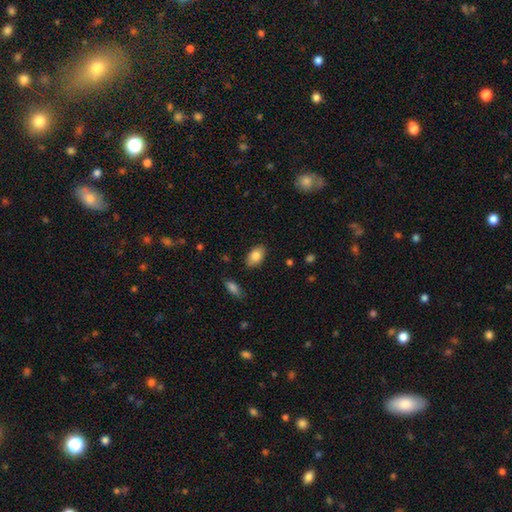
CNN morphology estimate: Q: Smooth or featured?
A: smooth (83%); runner-up: featured or disk (10%)
Q: How rounded?
A: in between (91%); runner-up: round (7%)
Q: Merging?
A: none (85%); runner-up: minor disturbance (11%)